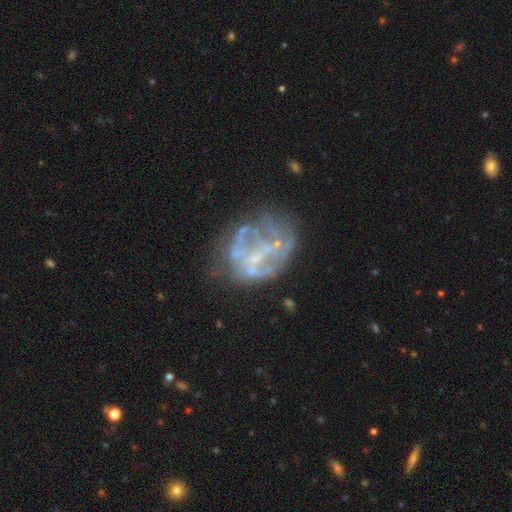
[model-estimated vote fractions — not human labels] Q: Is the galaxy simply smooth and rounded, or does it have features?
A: featured or disk — 73%.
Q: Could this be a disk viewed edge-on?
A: no — 98%.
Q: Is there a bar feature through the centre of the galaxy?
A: no — 73%.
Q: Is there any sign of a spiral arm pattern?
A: no — 76%.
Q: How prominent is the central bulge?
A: none — 58%.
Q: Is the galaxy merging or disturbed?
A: none — 49%.